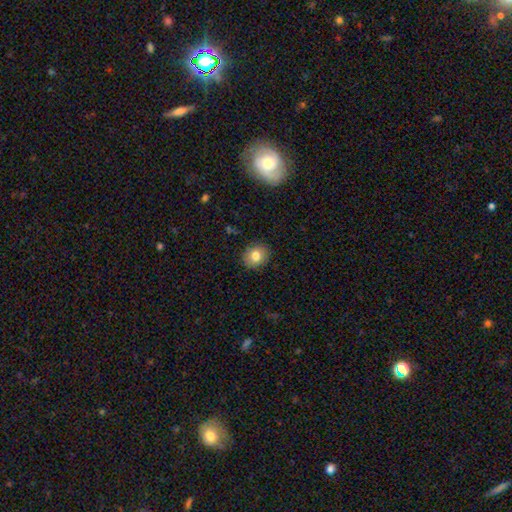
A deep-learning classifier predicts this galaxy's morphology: A smooth galaxy with no disk features (80%) that is round (69%). Merging: none (89%).